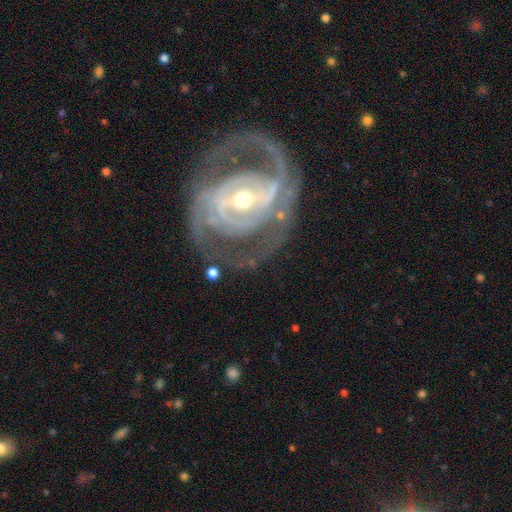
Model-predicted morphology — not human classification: The model was most divided on "bulge size": moderate: 49%, small: 45%, large: 4%, dominant: 1%, none: 1%. Remaining: edge-on disk — no (96%); spiral arms — yes (92%); smooth or featured — featured or disk (89%); merging — none (64%); spiral arm count — 2 (55%); spiral winding — tight (48%); bar — strong (41%).